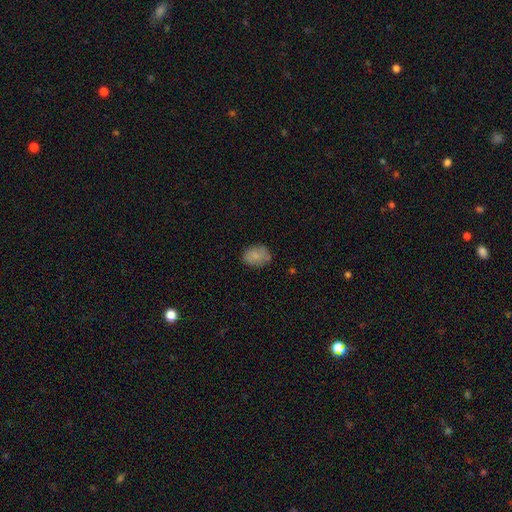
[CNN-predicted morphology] smooth_or_featured: smooth (p=0.81) [alt: featured or disk p=0.11]
how_rounded: in between (p=0.70) [alt: round p=0.29]
merging: none (p=0.76) [alt: minor disturbance p=0.18]